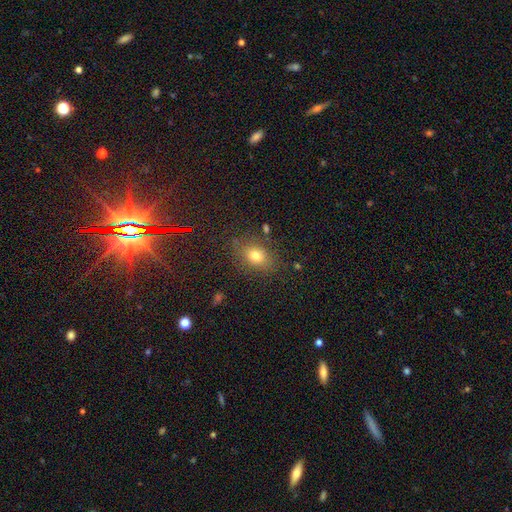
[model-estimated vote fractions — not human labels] smooth_or_featured: smooth (p=0.74) [alt: star or artifact p=0.15]
how_rounded: in between (p=0.65) [alt: round p=0.34]
merging: none (p=0.79) [alt: minor disturbance p=0.13]